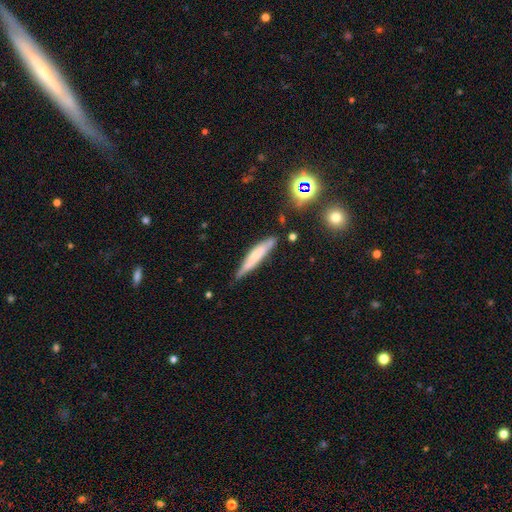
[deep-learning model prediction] This appears to be a smooth galaxy with no disk features (59%) that is cigar-shaped (89%). Merging: none (73%).